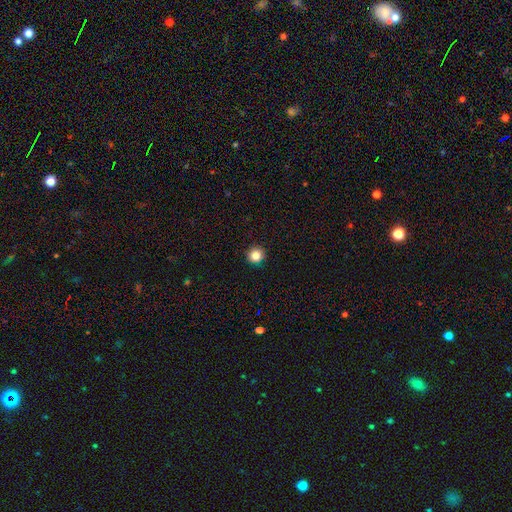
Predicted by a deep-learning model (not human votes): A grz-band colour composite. It shows a smooth galaxy with no disk features (85%) that is round (95%). Merging: none (93%).